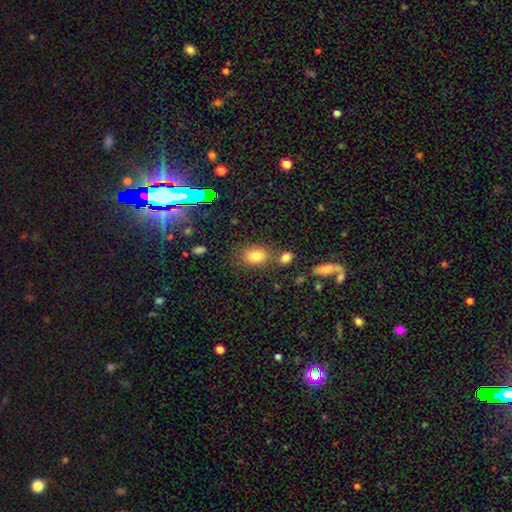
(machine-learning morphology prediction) smooth 80%, star or artifact 11%, featured or disk 8%. Down the decision tree: how rounded — in between (69%); merging — none (67%).